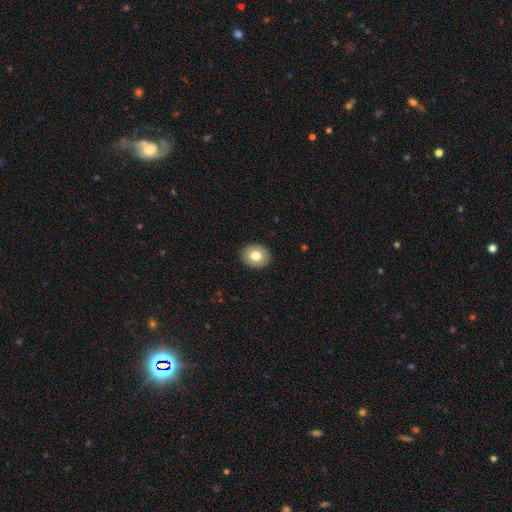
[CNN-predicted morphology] type=smooth (79%); roundness=round (70%); merging=none (92%).